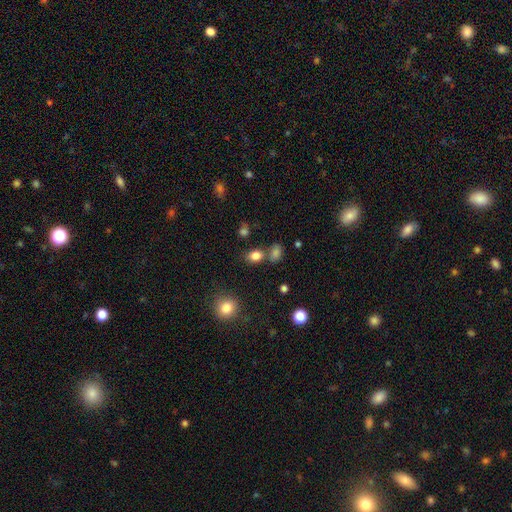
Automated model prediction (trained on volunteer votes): This appears to be a smooth galaxy with no disk features (83%) that is in between round and cigar-shaped (71%). Merging: none (66%).